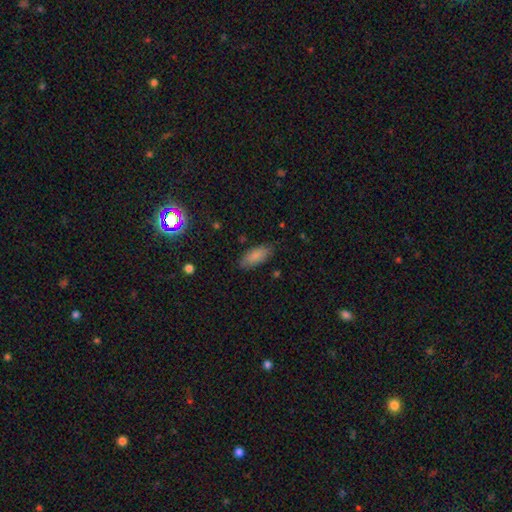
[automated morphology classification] smooth-or-featured: smooth: 86% | featured or disk: 7% | star or artifact: 7%
  how-rounded: in between: 85% | cigar-shaped: 13% | round: 2%
  merging: none: 82% | minor disturbance: 14% | major disturbance: 3% | merger: 1%